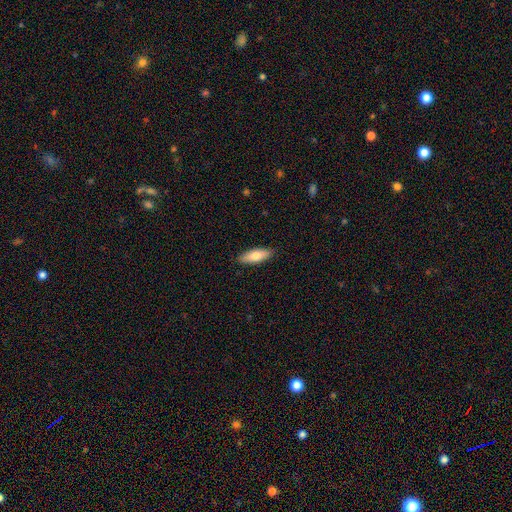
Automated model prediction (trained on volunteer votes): A smooth galaxy with no disk features (79%) that is in between round and cigar-shaped (61%). Merging: none (89%).